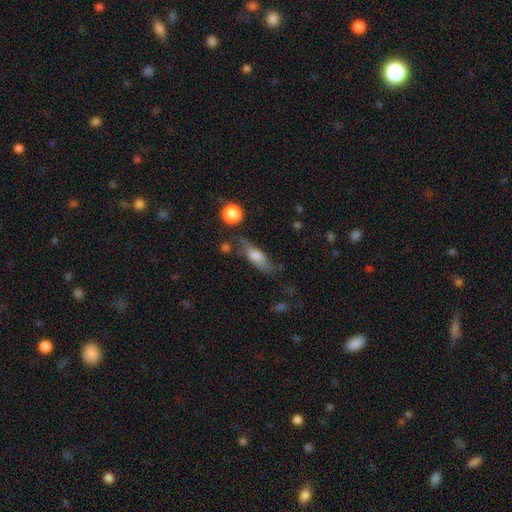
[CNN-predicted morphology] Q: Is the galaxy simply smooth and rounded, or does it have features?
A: smooth — 51%.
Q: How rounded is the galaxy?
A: in between — 51%.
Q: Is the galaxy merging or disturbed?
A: none — 59%.